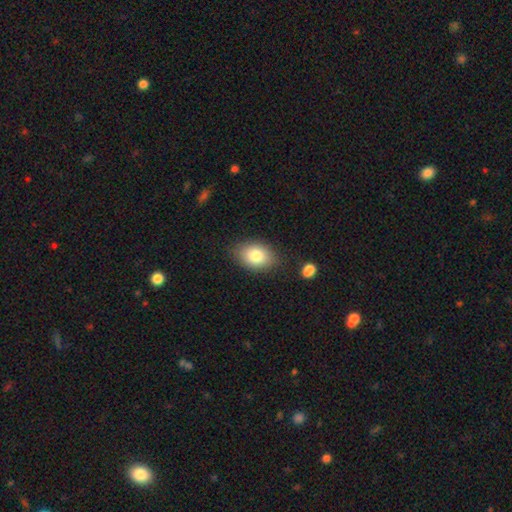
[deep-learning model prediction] Smooth or featured: smooth — 81% (featured or disk — 10%)
How rounded: in between — 78% (round — 21%)
Merging: none — 80% (minor disturbance — 13%)